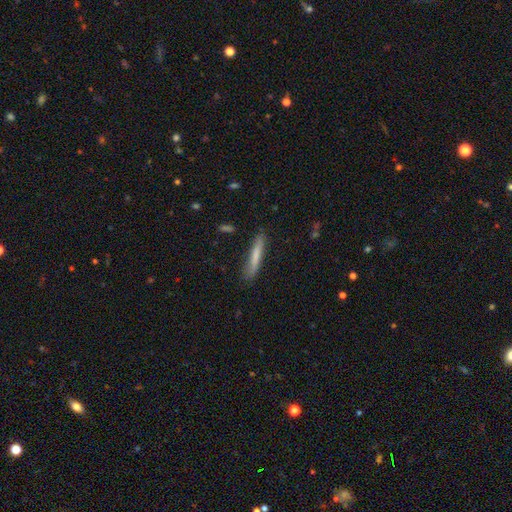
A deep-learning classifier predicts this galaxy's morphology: The model was most divided on "smooth or featured": smooth: 72%, featured or disk: 22%, star or artifact: 6%. More confident: how rounded — cigar-shaped (94%); merging — none (82%).